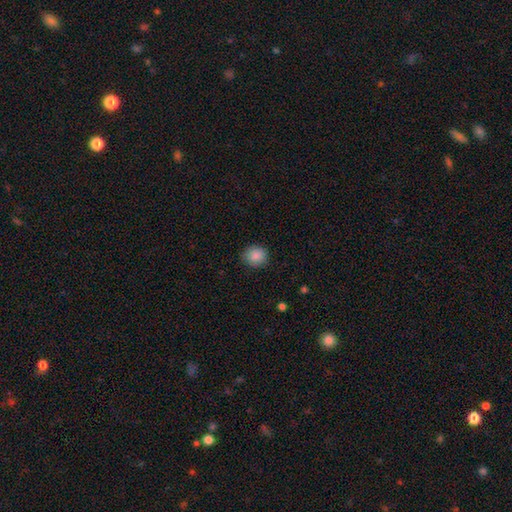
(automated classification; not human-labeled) Overall: smooth (88%). How rounded: round (81%). Merging: none (87%).